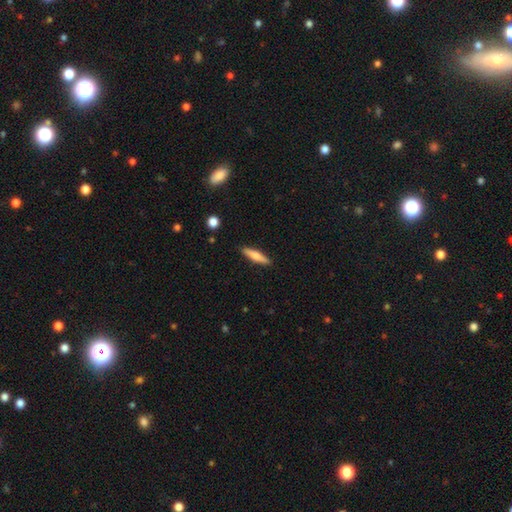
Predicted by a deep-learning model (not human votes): Smooth or featured: smooth — 65% (featured or disk — 30%)
How rounded: cigar-shaped — 82% (in between — 16%)
Merging: none — 89% (minor disturbance — 8%)